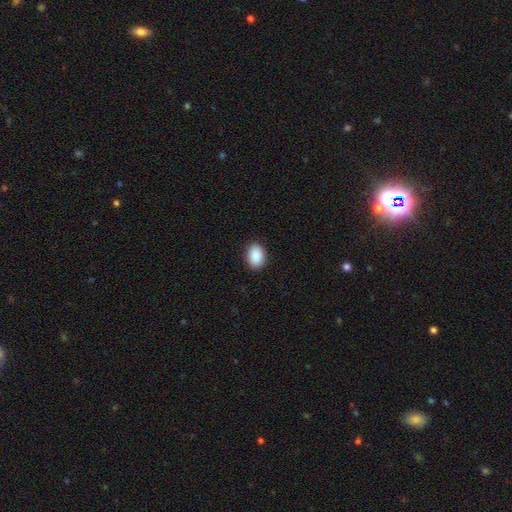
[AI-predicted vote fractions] Smooth or featured? smooth (91%)
How rounded? in between (81%)
Merging? none (90%)